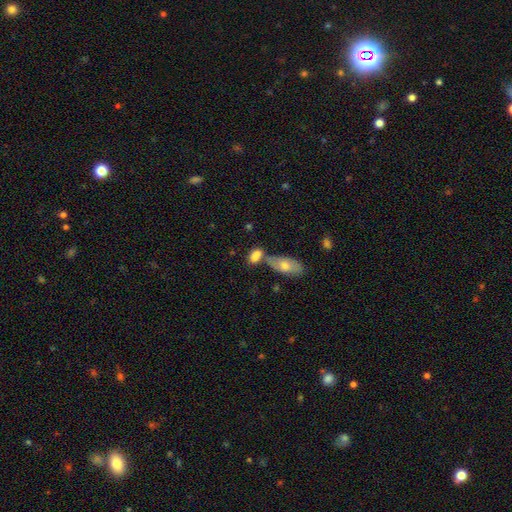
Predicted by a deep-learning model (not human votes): Smooth or featured? Predicted: smooth (p=0.77). How rounded? Predicted: in between (p=0.83). Merging? Predicted: merger (p=0.46).